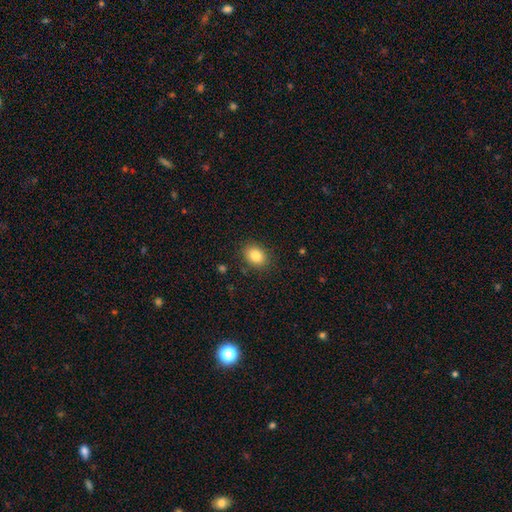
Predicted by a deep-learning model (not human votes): A smooth galaxy with no disk features (84%) that is in between round and cigar-shaped (57%).

Vote fractions:
- Smooth or featured? smooth: 84% / star or artifact: 9% / featured or disk: 7%
- How rounded? in between: 57% / round: 42% / cigar-shaped: 1%
- Merging? none: 86% / minor disturbance: 10% / major disturbance: 3% / merger: 1%